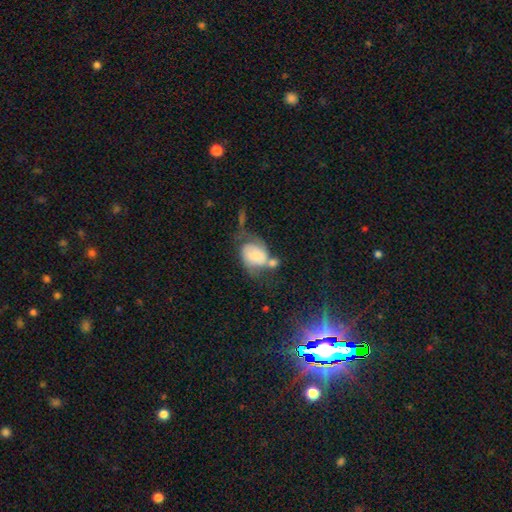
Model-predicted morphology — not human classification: Smooth or featured: smooth — 52% (featured or disk — 40%)
How rounded: in between — 61% (round — 37%)
Merging: merger — 30% (major disturbance — 26%)